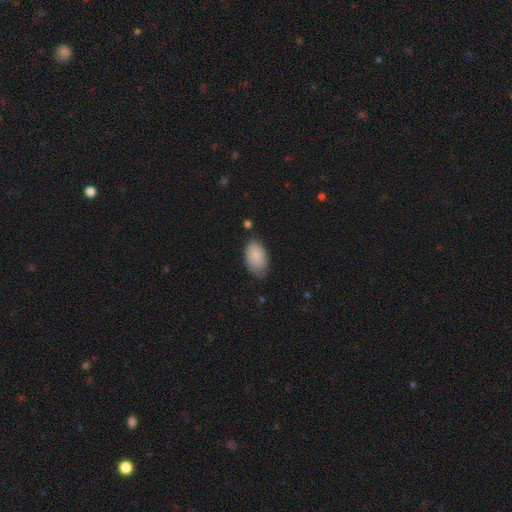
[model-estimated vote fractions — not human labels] This is clearly a smooth galaxy (86%). How rounded: clearly in between (93%). Merging: likely none (68%).